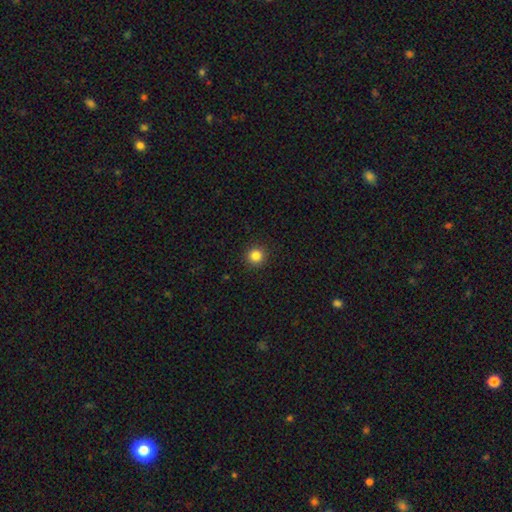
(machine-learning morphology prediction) The model was most divided on "smooth or featured": smooth: 84%, star or artifact: 12%, featured or disk: 4%. More confident: how rounded — round (95%); merging — none (93%).